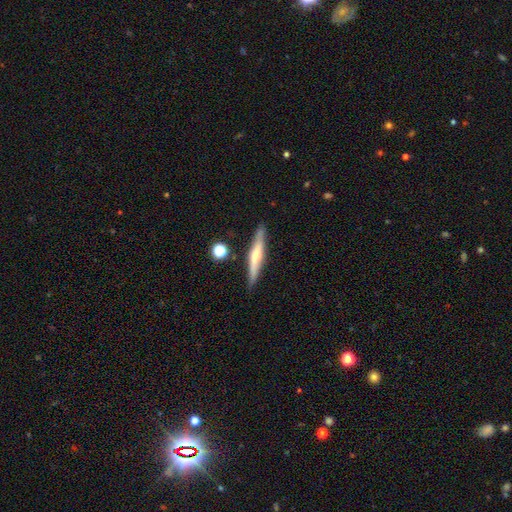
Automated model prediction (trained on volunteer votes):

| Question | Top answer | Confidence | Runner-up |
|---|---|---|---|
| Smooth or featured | featured or disk | 51% | smooth (43%) |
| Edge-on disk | yes | 93% | no (7%) |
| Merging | none | 84% | minor disturbance (11%) |